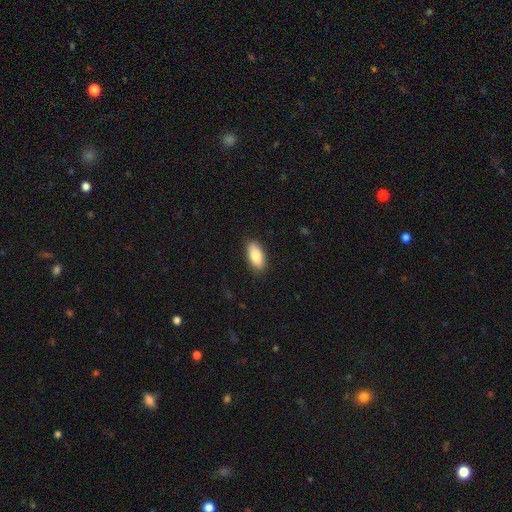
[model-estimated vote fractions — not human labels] smooth-or-featured: smooth: 83% | featured or disk: 11% | star or artifact: 6%
  how-rounded: in between: 89% | cigar-shaped: 8% | round: 3%
  merging: none: 88% | minor disturbance: 9% | major disturbance: 2% | merger: 1%